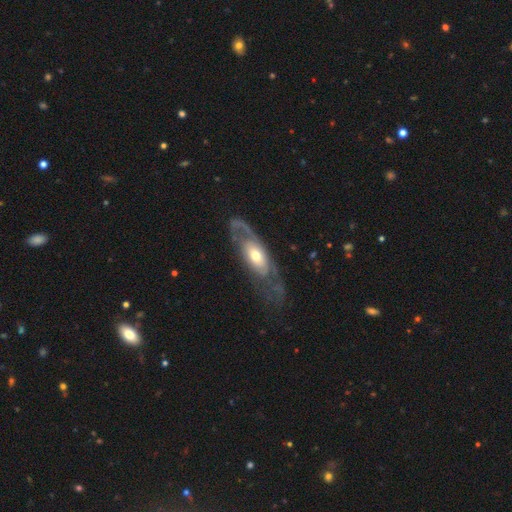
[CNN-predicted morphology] Q: Smooth or featured?
A: featured or disk (70%); runner-up: smooth (25%)
Q: Edge-on disk?
A: no (85%); runner-up: yes (15%)
Q: Bar?
A: no (75%); runner-up: weak (19%)
Q: Spiral arms?
A: yes (66%); runner-up: no (34%)
Q: Bulge size?
A: moderate (62%); runner-up: small (22%)
Q: Merging?
A: none (53%); runner-up: major disturbance (25%)